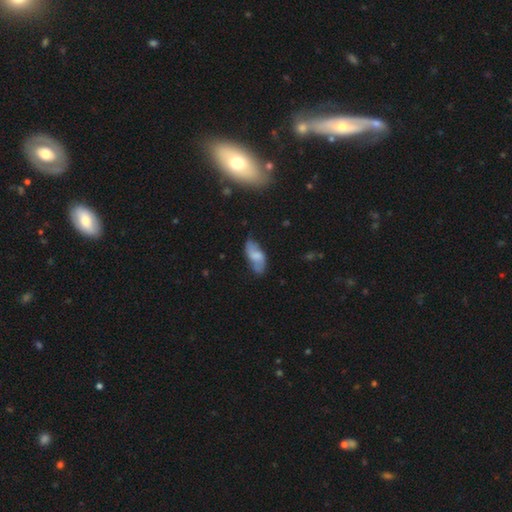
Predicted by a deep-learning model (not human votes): Morphology: type=smooth (57%); roundness=in between (84%); merging=none (60%).